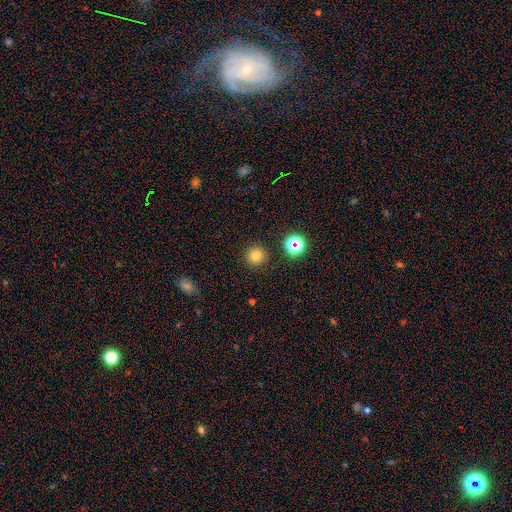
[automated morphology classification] A smooth galaxy with no disk features (77%) that is round (95%). Merging: none (90%).